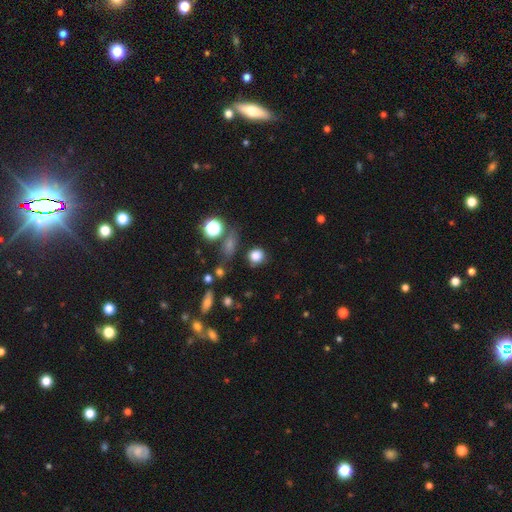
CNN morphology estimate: The model was most divided on "merging": none: 78%, minor disturbance: 12%, merger: 5%, major disturbance: 5%. More confident: how rounded — round (84%); smooth or featured — smooth (80%).